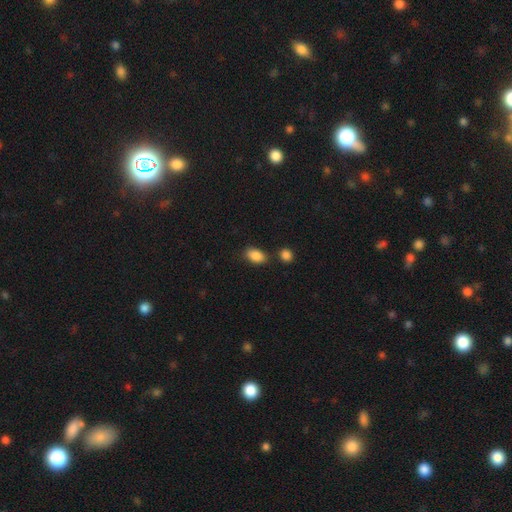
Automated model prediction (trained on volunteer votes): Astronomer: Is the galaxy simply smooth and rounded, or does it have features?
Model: smooth — 88%.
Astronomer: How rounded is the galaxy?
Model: in between — 89%.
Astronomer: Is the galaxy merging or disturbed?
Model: none — 75%.